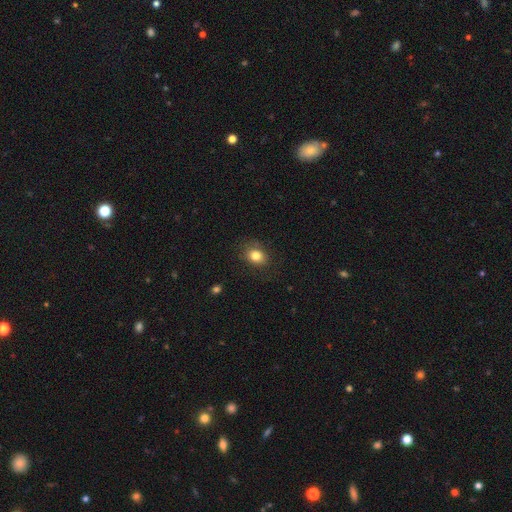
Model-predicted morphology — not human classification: The model was most divided on "how rounded": in between: 56%, round: 43%, cigar-shaped: 1%. More confident: smooth or featured — smooth (83%); merging — none (78%).